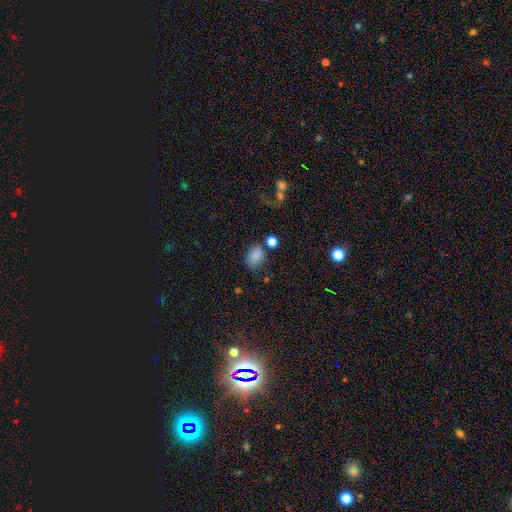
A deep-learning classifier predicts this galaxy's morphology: Q: Smooth or featured?
A: smooth (82%); runner-up: star or artifact (12%)
Q: How rounded?
A: in between (71%); runner-up: round (28%)
Q: Merging?
A: none (62%); runner-up: minor disturbance (20%)